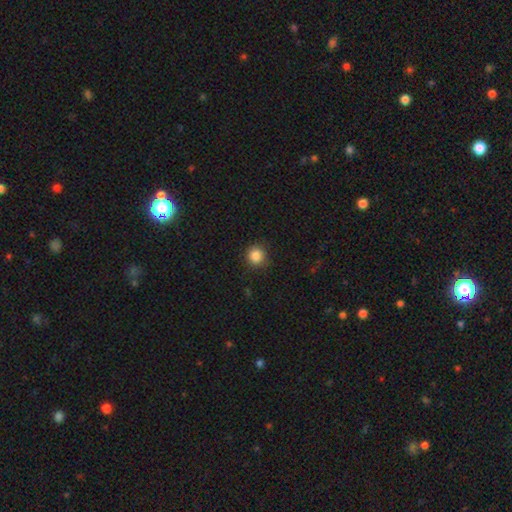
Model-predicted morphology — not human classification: A smooth galaxy with no disk features (86%) that is round (93%). Merging: none (89%).